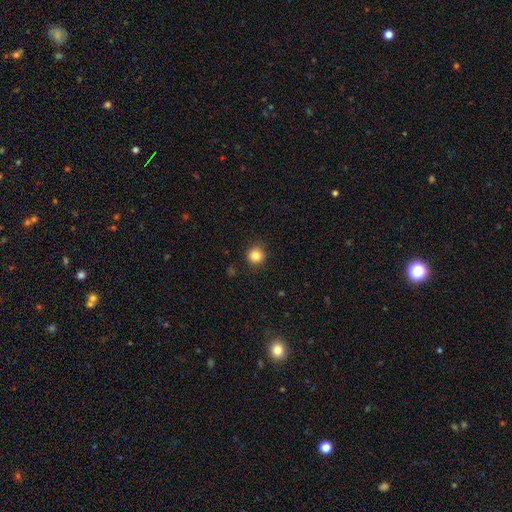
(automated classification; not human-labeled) A smooth galaxy with no disk features (84%) that is round (94%).

Vote fractions:
- Smooth or featured? smooth: 84% / star or artifact: 11% / featured or disk: 5%
- How rounded? round: 94% / in between: 5% / cigar-shaped: 1%
- Merging? none: 90% / minor disturbance: 7% / major disturbance: 2% / merger: 1%